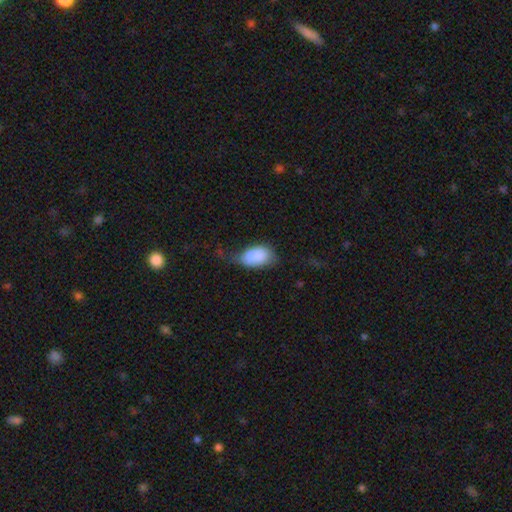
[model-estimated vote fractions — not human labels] This appears to be a smooth galaxy with no disk features (83%) that is in between round and cigar-shaped (92%). Merging: minor disturbance (39%).